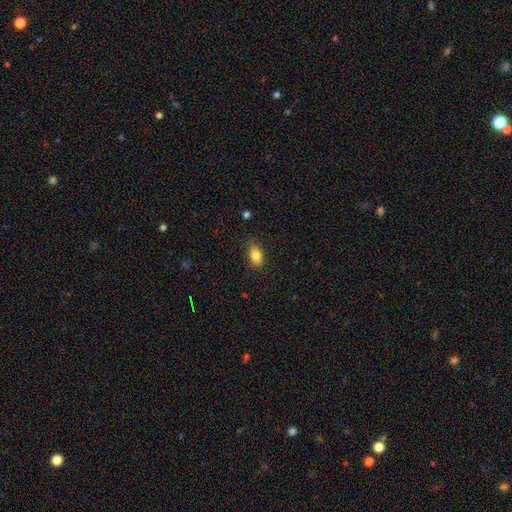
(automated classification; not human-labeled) Overall: smooth (85%). How rounded: in between (88%). Merging: none (84%).